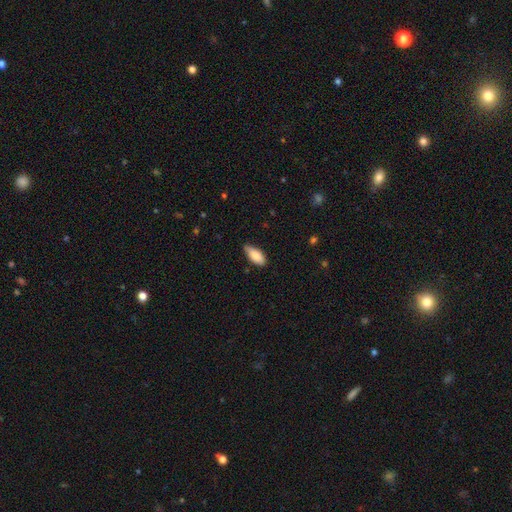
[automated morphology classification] Overall: smooth (84%). How rounded: in between (85%). Merging: none (70%).